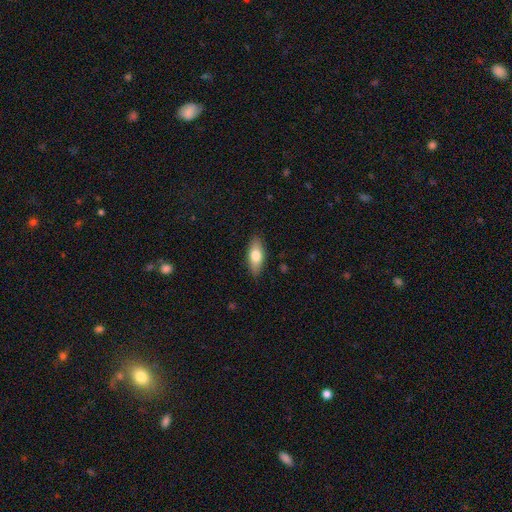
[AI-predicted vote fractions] smooth-or-featured: smooth: 73% | featured or disk: 21% | star or artifact: 6%
  how-rounded: in between: 79% | cigar-shaped: 18% | round: 3%
  merging: none: 87% | minor disturbance: 10% | major disturbance: 2% | merger: 1%